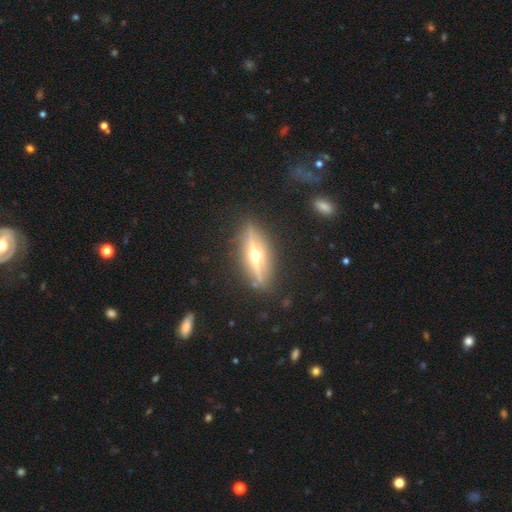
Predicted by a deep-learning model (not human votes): This is likely a featured or disk galaxy (76%). It is clearly viewed edge-on (91%). Edge-on bulge: clearly rounded (96%). Merging: clearly none (86%).